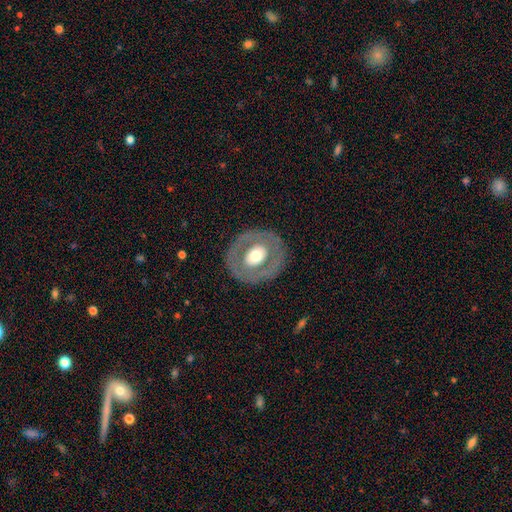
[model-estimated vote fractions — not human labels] A featured or disk galaxy (53%). Merging: none (83%).